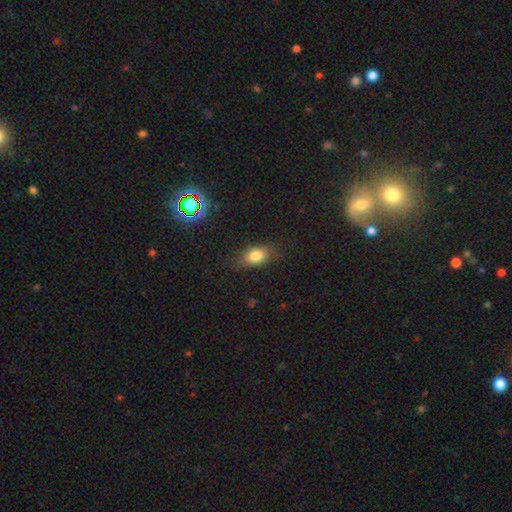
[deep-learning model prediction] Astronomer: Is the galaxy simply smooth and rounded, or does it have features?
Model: smooth — 80%.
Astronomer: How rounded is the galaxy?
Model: in between — 81%.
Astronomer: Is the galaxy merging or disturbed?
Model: none — 80%.